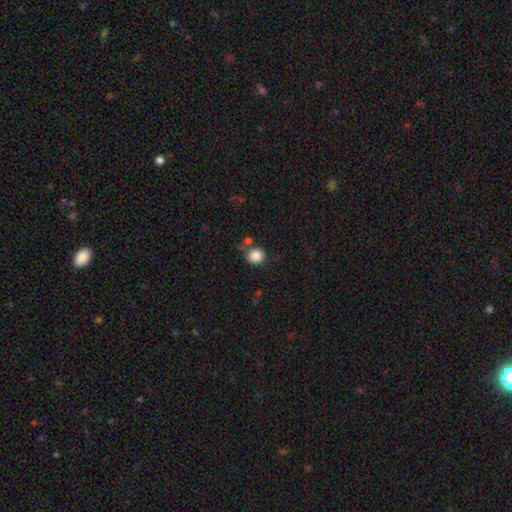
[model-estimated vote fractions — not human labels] Smooth or featured: smooth — 85% (star or artifact — 10%)
How rounded: round — 89% (in between — 10%)
Merging: none — 74% (minor disturbance — 12%)